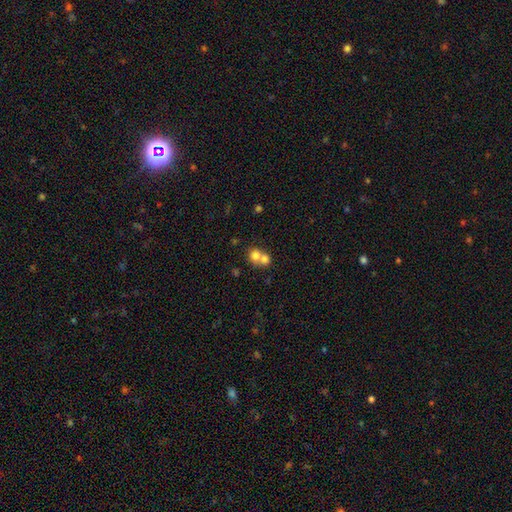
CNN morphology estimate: Smooth or featured?
  - smooth: 73% *
  - featured or disk: 16%
  - star or artifact: 11%
How rounded?
  - round: 75% *
  - in between: 24%
  - cigar-shaped: 1%
Merging?
  - merger: 66% *
  - none: 28%
  - minor disturbance: 4%
  - major disturbance: 2%